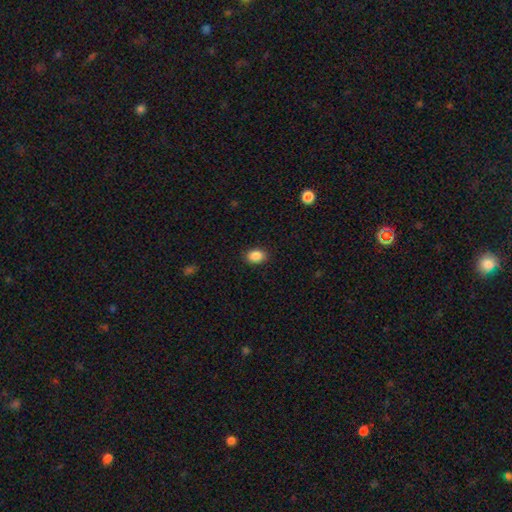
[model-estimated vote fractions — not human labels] A smooth galaxy with no disk features (88%) that is in between round and cigar-shaped (73%).

Vote fractions:
- Smooth or featured? smooth: 88% / star or artifact: 8% / featured or disk: 3%
- How rounded? in between: 73% / round: 26% / cigar-shaped: 1%
- Merging? none: 89% / minor disturbance: 8% / major disturbance: 2% / merger: 1%